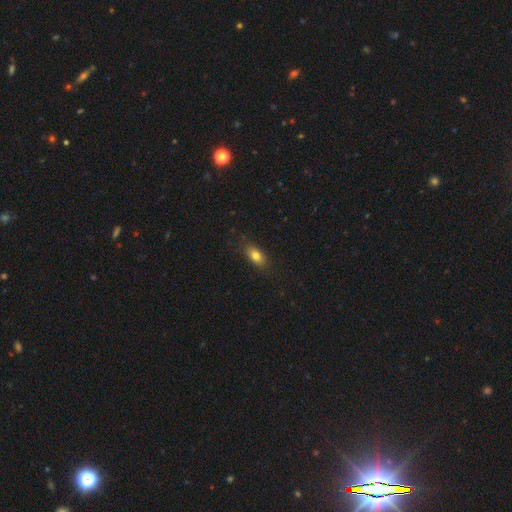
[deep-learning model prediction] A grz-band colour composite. It shows a smooth galaxy with no disk features (80%) that is in between round and cigar-shaped (85%). Merging: none (84%).